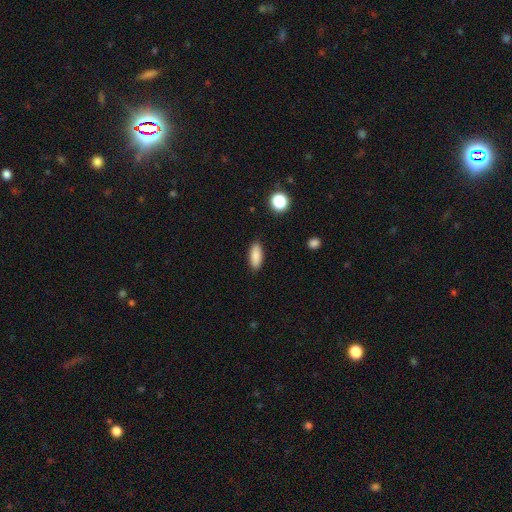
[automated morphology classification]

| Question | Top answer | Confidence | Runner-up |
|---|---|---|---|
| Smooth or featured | smooth | 87% | star or artifact (7%) |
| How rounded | in between | 79% | cigar-shaped (18%) |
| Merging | none | 89% | minor disturbance (8%) |